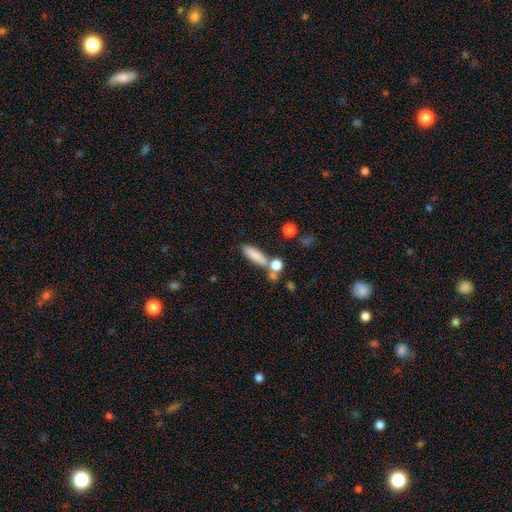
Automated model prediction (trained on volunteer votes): The model was most divided on "how rounded": cigar-shaped: 58%, in between: 37%, round: 5%. More confident: smooth or featured — smooth (80%); merging — none (62%).